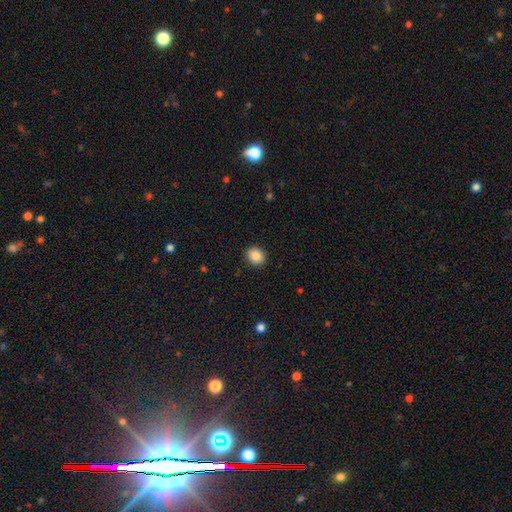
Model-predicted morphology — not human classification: smooth-or-featured: smooth: 88% | star or artifact: 9% | featured or disk: 3%
  how-rounded: round: 70% | in between: 29% | cigar-shaped: 1%
  merging: none: 90% | minor disturbance: 7% | major disturbance: 2% | merger: 1%